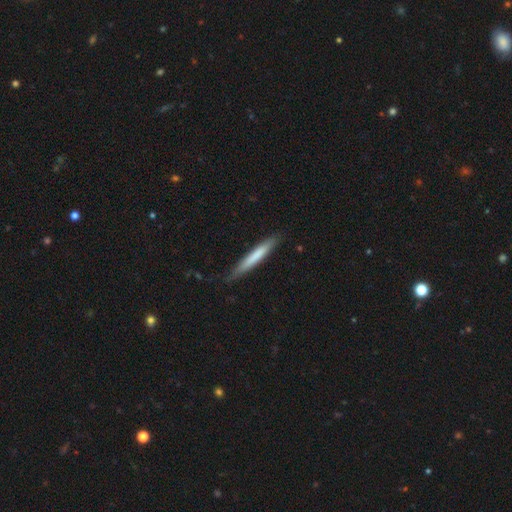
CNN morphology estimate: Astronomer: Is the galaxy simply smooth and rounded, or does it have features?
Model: smooth — 69%.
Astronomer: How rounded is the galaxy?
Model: cigar-shaped — 95%.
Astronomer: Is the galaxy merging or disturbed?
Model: none — 82%.